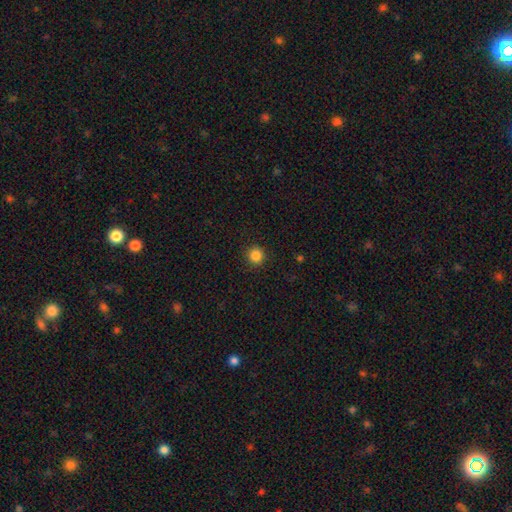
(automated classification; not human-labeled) smooth_or_featured: smooth (p=0.85) [alt: star or artifact p=0.11]
how_rounded: round (p=0.94) [alt: in between p=0.05]
merging: none (p=0.92) [alt: minor disturbance p=0.05]